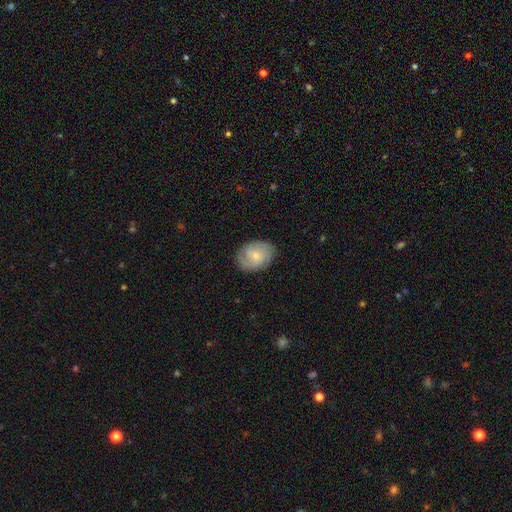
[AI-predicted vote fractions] Smooth or featured: featured or disk — 49% (smooth — 45%)
Merging: none — 80% (minor disturbance — 15%)